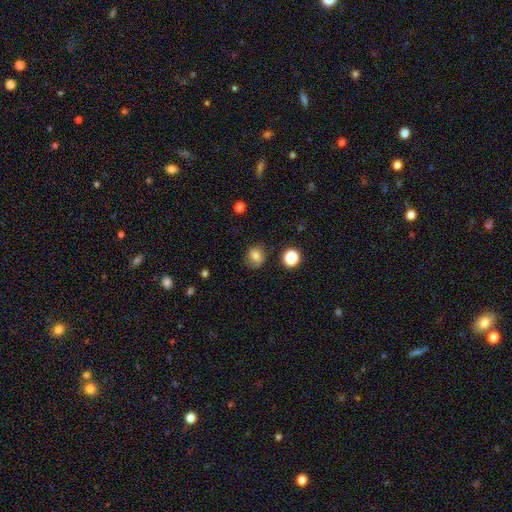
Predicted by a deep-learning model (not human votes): Smooth or featured? Predicted: smooth (p=0.79). How rounded? Predicted: round (p=0.77). Merging? Predicted: none (p=0.81).